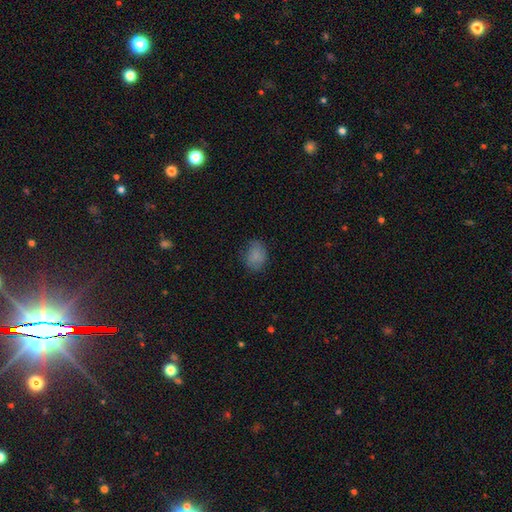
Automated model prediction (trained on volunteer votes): smooth 84%, star or artifact 9%, featured or disk 7%. Down the decision tree: how rounded — in between (60%); merging — none (73%).